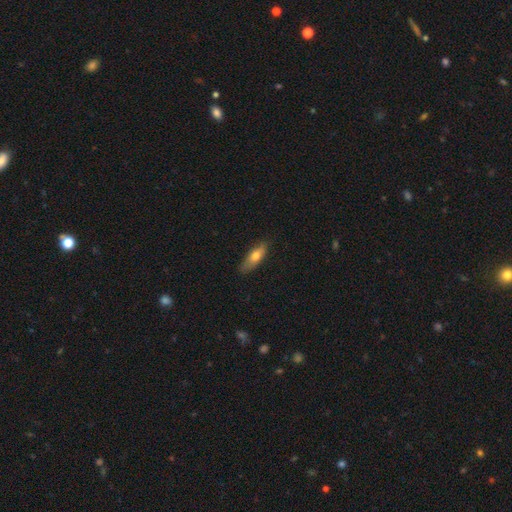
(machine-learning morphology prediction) Smooth or featured? smooth (67%)
How rounded? in between (59%)
Merging? none (76%)